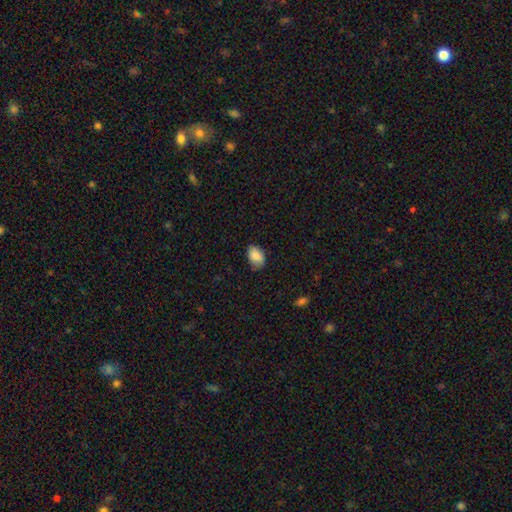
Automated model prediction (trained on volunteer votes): This is clearly a smooth galaxy (88%). How rounded: clearly in between (86%). Merging: likely none (77%).